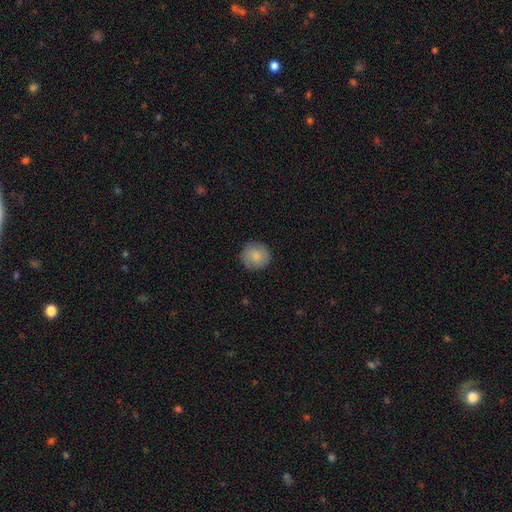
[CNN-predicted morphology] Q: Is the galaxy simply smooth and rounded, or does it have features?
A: smooth — 85%.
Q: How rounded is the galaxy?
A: round — 92%.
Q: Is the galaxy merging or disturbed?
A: none — 89%.